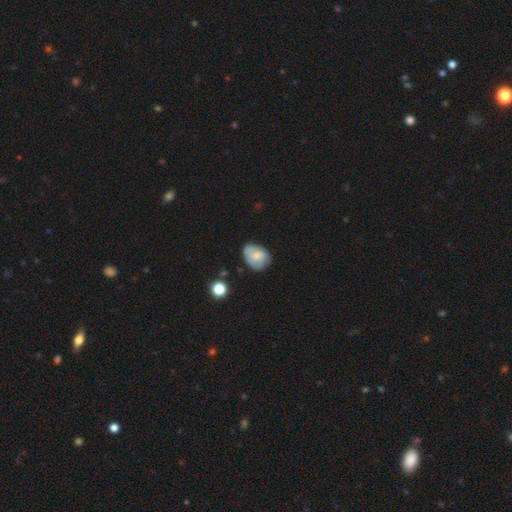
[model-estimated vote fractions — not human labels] Smooth or featured? Predicted: smooth (p=0.60). How rounded? Predicted: in between (p=0.68). Merging? Predicted: none (p=0.60).